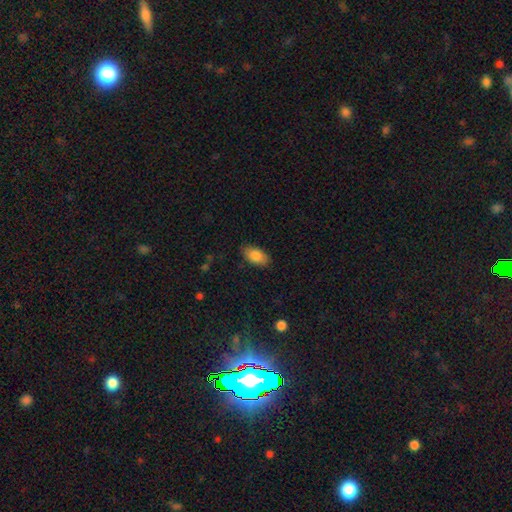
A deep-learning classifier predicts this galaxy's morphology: This is clearly a smooth galaxy (85%). How rounded: clearly in between (92%). Merging: clearly none (84%).